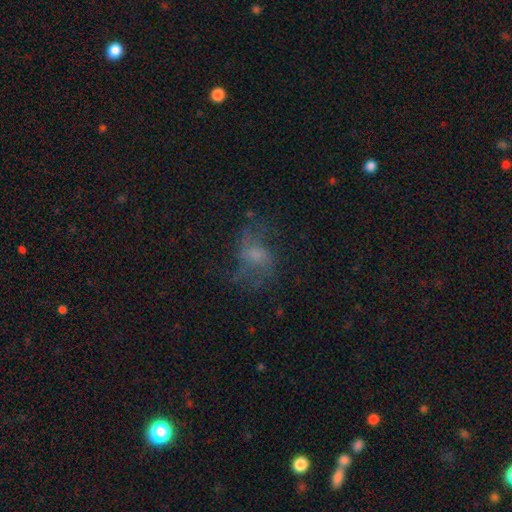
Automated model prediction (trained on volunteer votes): Smooth or featured? Predicted: featured or disk (p=0.47). Merging? Predicted: none (p=0.45).